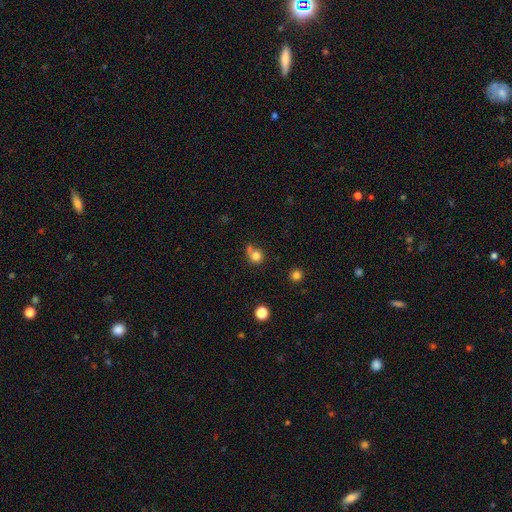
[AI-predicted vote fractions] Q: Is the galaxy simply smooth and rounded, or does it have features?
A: smooth — 79%.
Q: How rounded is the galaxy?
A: round — 87%.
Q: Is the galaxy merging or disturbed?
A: none — 56%.